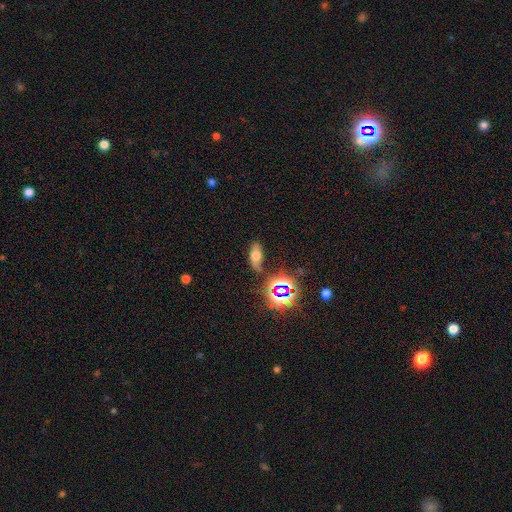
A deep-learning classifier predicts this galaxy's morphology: Smooth or featured? smooth (58%)
How rounded? in between (80%)
Merging? none (71%)